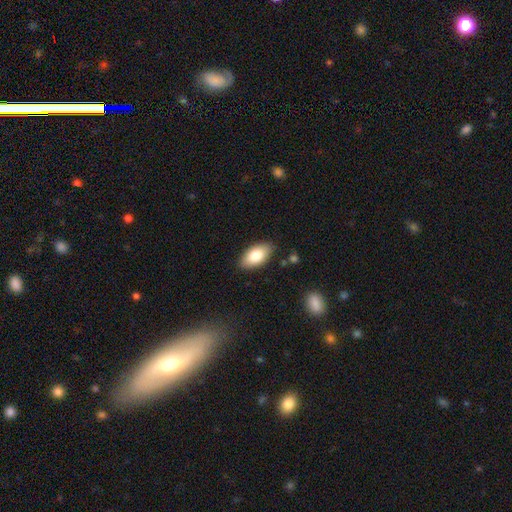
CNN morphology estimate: The model was most divided on "smooth or featured": smooth: 80%, featured or disk: 13%, star or artifact: 6%. More confident: how rounded — in between (93%); merging — none (86%).